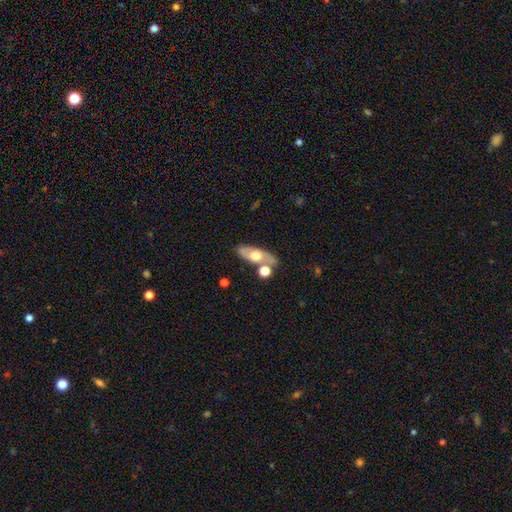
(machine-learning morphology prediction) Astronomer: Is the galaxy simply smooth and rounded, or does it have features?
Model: featured or disk — 49% (runner-up: smooth, 45%).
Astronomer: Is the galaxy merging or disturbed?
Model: none — 68%.